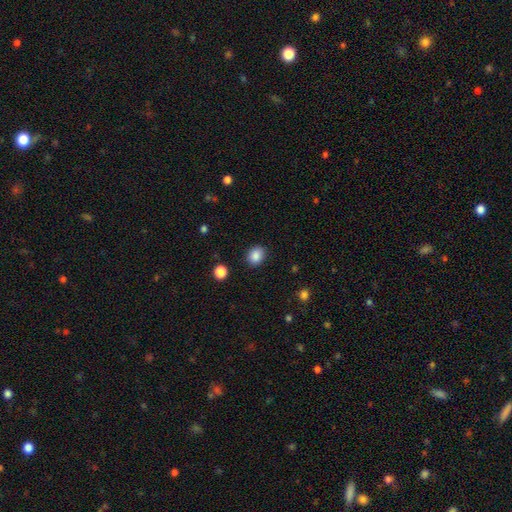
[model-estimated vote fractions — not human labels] Smooth or featured?
  - smooth: 87% *
  - star or artifact: 9%
  - featured or disk: 4%
How rounded?
  - round: 61% *
  - in between: 38%
  - cigar-shaped: 1%
Merging?
  - none: 88% *
  - minor disturbance: 8%
  - major disturbance: 2%
  - merger: 1%